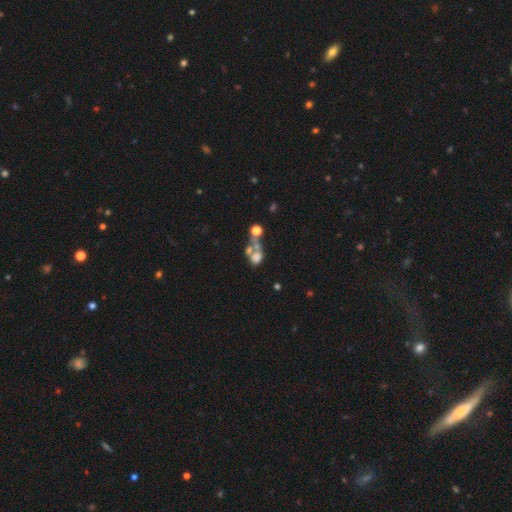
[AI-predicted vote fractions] The model was most divided on "how rounded" (2-way tie): in between: 49%, round: 49%, cigar-shaped: 2%. More confident: smooth or featured — smooth (51%); merging — merger (50%).